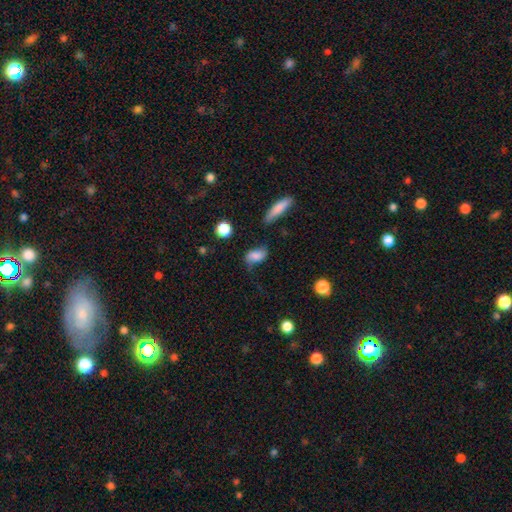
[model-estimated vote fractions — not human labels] The model was most divided on "merging": none: 51%, minor disturbance: 29%, major disturbance: 14%, merger: 5%. More confident: how rounded — in between (84%); smooth or featured — smooth (68%).